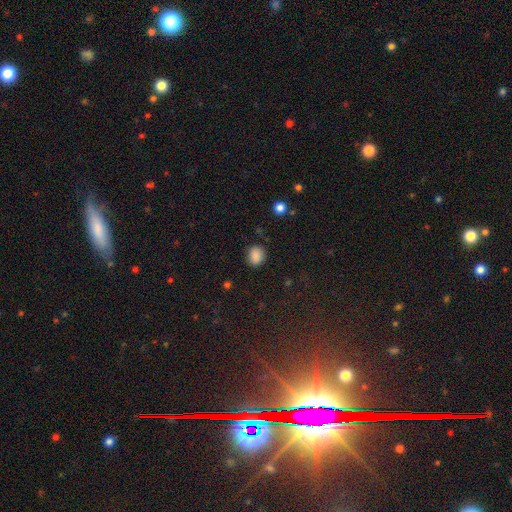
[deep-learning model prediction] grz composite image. It shows a smooth galaxy with no disk features (87%) that is round (64%). Merging: none (83%).